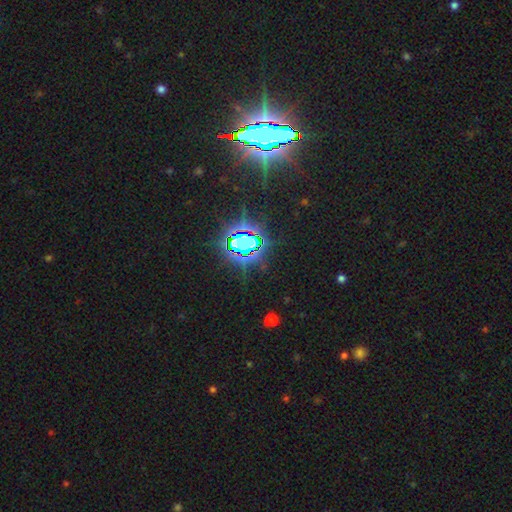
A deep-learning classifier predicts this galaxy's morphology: Q: Smooth or featured?
A: star or artifact (85%); runner-up: smooth (8%)